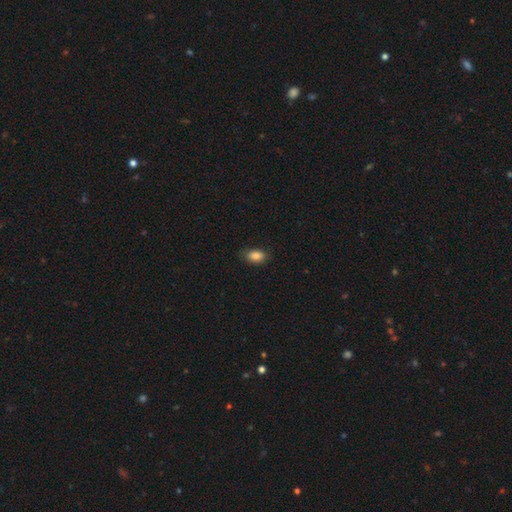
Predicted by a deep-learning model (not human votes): This is clearly a smooth galaxy (87%). How rounded: clearly in between (88%). Merging: clearly none (83%).